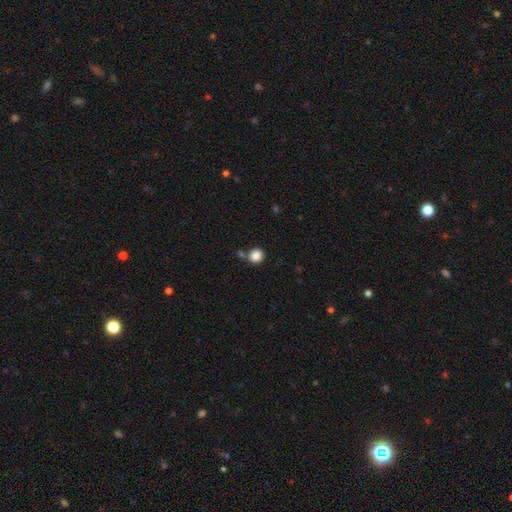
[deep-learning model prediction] Smooth or featured? smooth (86%)
How rounded? round (89%)
Merging? none (70%)